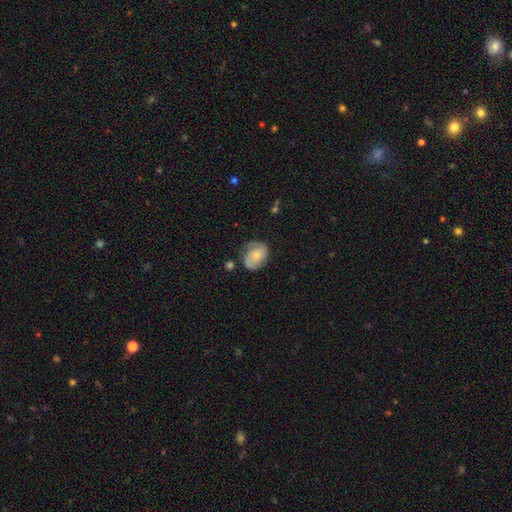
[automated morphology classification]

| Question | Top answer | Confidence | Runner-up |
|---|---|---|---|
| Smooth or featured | featured or disk | 60% | smooth (33%) |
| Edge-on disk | no | 97% | yes (3%) |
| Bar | no | 73% | weak (23%) |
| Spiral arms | yes | 86% | no (14%) |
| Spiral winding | tight | 43% | medium (39%) |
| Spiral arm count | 2 | 71% | can't tell (14%) |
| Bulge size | small | 52% | moderate (41%) |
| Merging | none | 66% | minor disturbance (23%) |